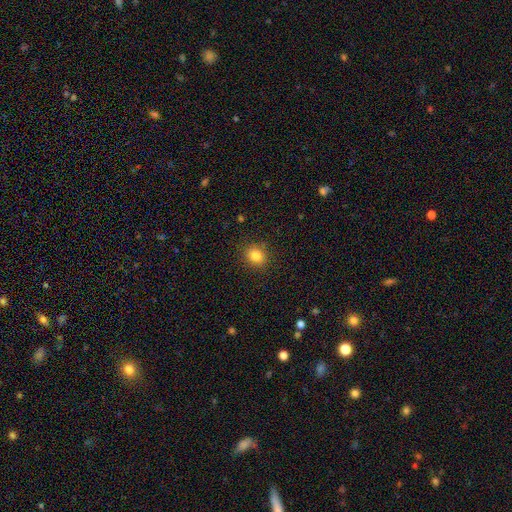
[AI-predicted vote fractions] A smooth galaxy with no disk features (83%) that is round (75%). Merging: none (87%).